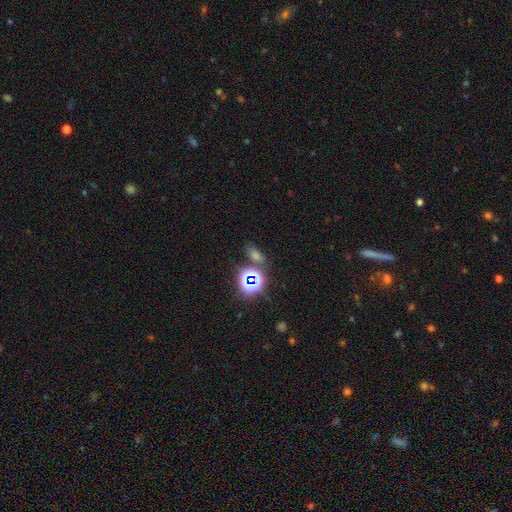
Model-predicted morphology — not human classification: Smooth or featured?
  - star or artifact: 53% *
  - smooth: 36%
  - featured or disk: 11%